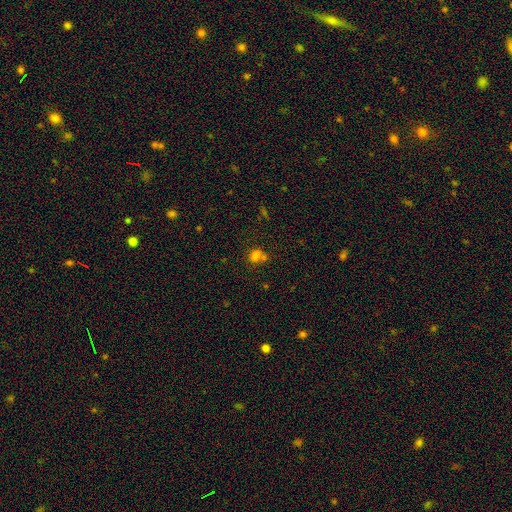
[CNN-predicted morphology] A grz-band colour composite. It shows a smooth galaxy with no disk features (68%) that is round (51%). Merging: none (43%).